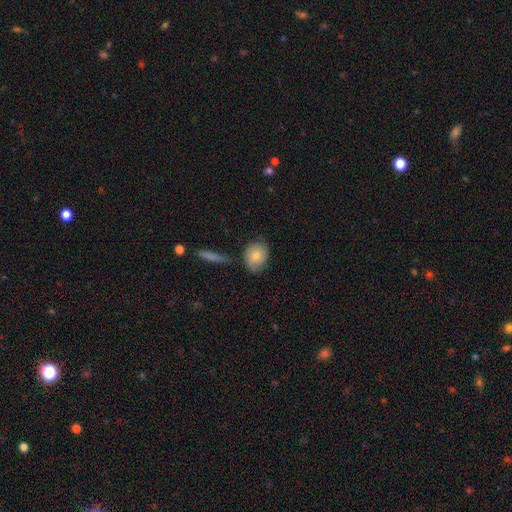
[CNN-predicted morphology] Smooth or featured?
  - smooth: 76% *
  - featured or disk: 17%
  - star or artifact: 7%
How rounded?
  - round: 52% *
  - in between: 46%
  - cigar-shaped: 2%
Merging?
  - none: 70% *
  - minor disturbance: 19%
  - merger: 6%
  - major disturbance: 5%